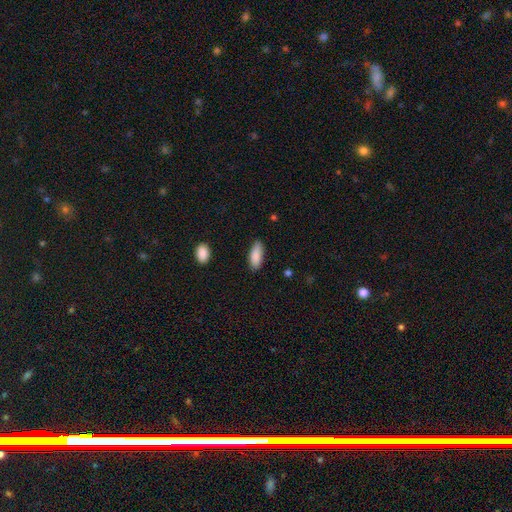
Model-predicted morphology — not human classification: Smooth or featured? Predicted: smooth (p=0.89). How rounded? Predicted: in between (p=0.80). Merging? Predicted: none (p=0.83).